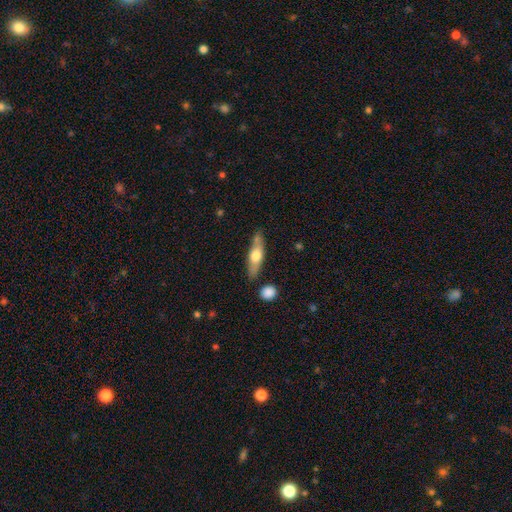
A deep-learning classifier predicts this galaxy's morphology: This appears to be a smooth galaxy with no disk features (50%) that is cigar-shaped (62%). Merging: none (75%).